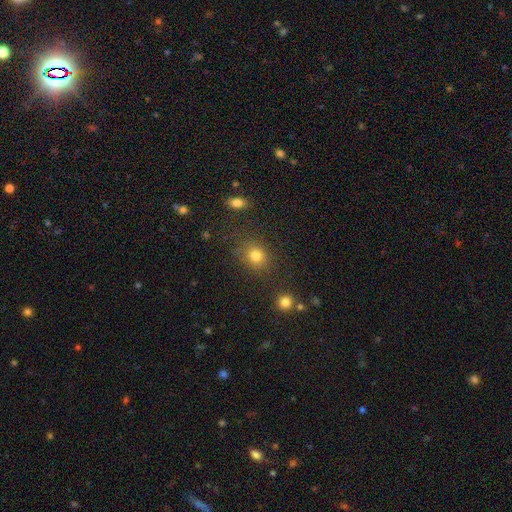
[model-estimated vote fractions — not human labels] Smooth or featured? Predicted: smooth (p=0.80). How rounded? Predicted: round (p=0.68). Merging? Predicted: none (p=0.81).